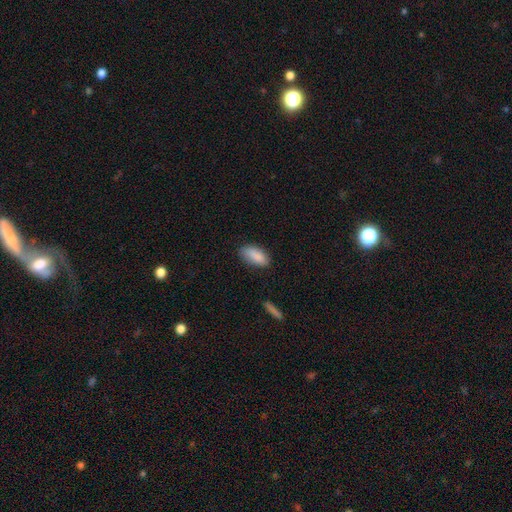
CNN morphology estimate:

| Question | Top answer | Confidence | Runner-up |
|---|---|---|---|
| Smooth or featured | smooth | 88% | star or artifact (7%) |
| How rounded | in between | 88% | cigar-shaped (9%) |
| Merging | none | 77% | minor disturbance (18%) |